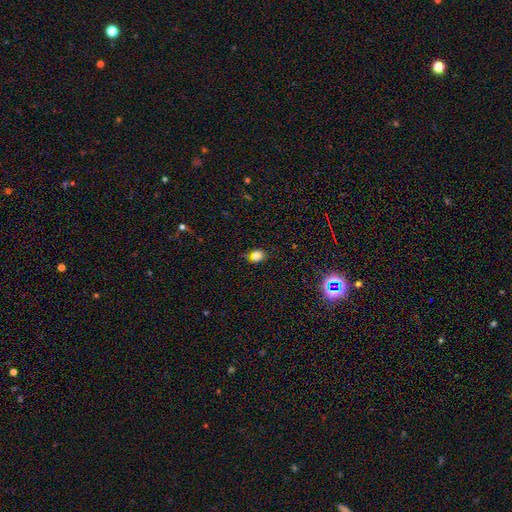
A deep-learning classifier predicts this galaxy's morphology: Smooth or featured?
  - smooth: 76% *
  - star or artifact: 18%
  - featured or disk: 6%
How rounded?
  - in between: 49% * (tied)
  - round: 49% * (tied)
  - cigar-shaped: 2%
Merging?
  - none: 60% *
  - minor disturbance: 27%
  - major disturbance: 8%
  - merger: 5%